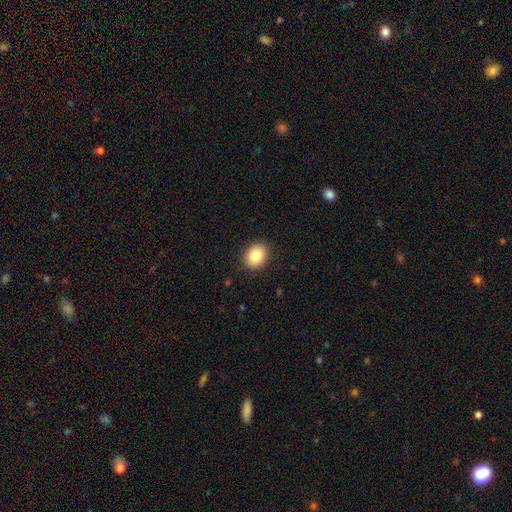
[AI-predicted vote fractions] Smooth or featured? smooth (85%)
How rounded? in between (50%)
Merging? none (89%)